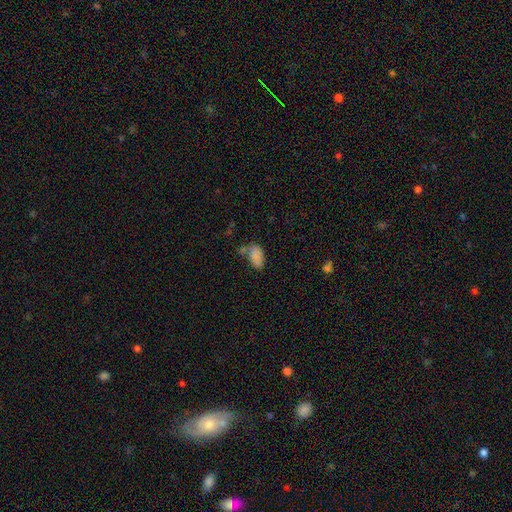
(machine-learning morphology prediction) Smooth or featured: smooth — 83% (star or artifact — 10%)
How rounded: in between — 93% (round — 4%)
Merging: none — 45% (minor disturbance — 23%)